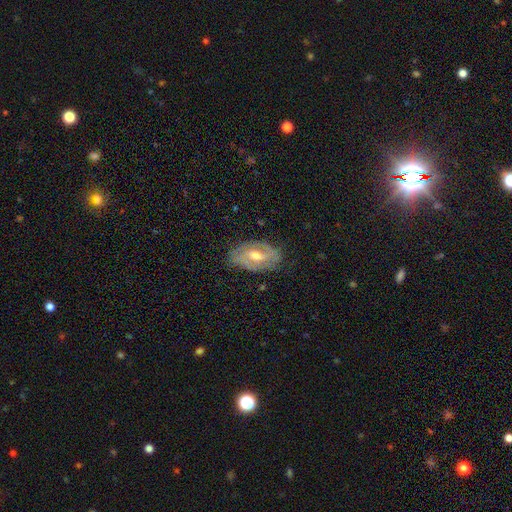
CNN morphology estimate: This appears to be a featured or disk galaxy (74%) with a weak bar (50%), 2 (69%) tight (43%) spiral arms (80%) and a moderate central bulge (72%). Merging: none (75%).